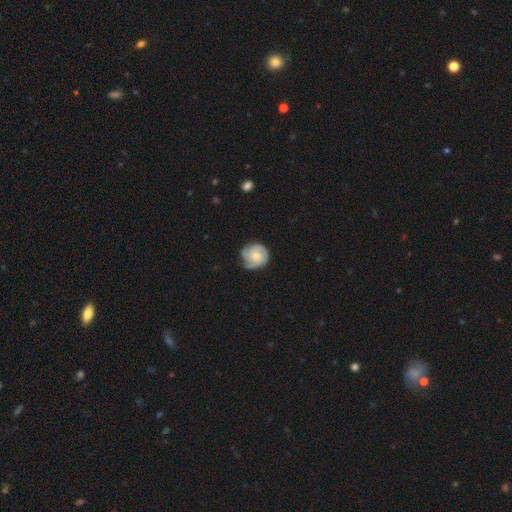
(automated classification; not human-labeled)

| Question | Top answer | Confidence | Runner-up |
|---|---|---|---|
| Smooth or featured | featured or disk | 73% | smooth (21%) |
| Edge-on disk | no | 98% | yes (2%) |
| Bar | no | 78% | weak (20%) |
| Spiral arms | yes | 96% | no (4%) |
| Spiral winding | tight | 64% | medium (30%) |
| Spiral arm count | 3 | 56% | can't tell (13%) |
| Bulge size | moderate | 48% | small (41%) |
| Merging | none | 74% | minor disturbance (19%) |